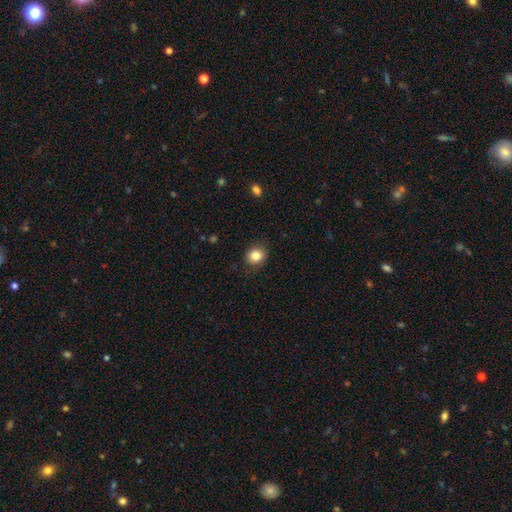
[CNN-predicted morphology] Overall: smooth (83%). How rounded: round (73%). Merging: none (86%).